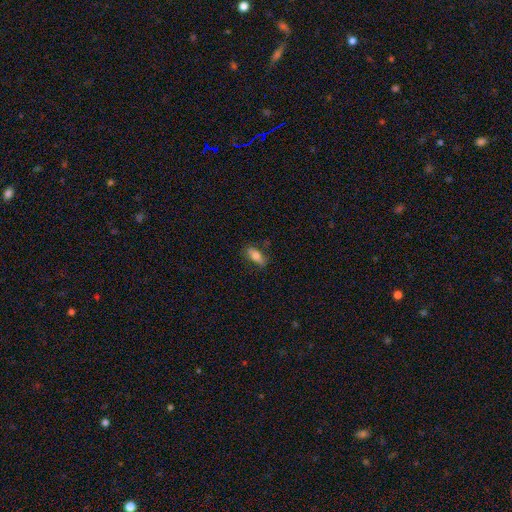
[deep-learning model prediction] Q: Smooth or featured?
A: smooth (74%); runner-up: featured or disk (19%)
Q: How rounded?
A: in between (74%); runner-up: cigar-shaped (22%)
Q: Merging?
A: none (77%); runner-up: minor disturbance (17%)